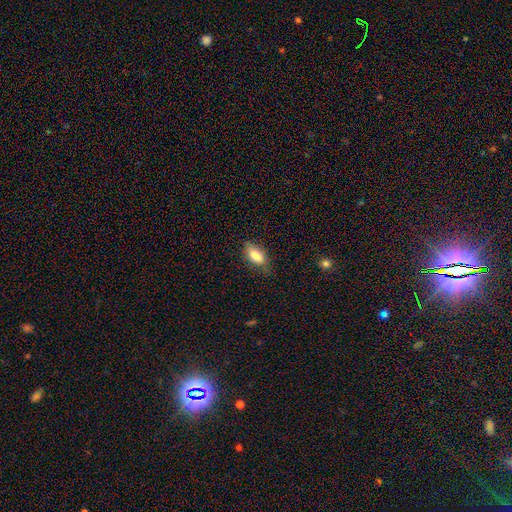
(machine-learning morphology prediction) Q: Smooth or featured?
A: smooth (82%); runner-up: featured or disk (11%)
Q: How rounded?
A: in between (84%); runner-up: cigar-shaped (13%)
Q: Merging?
A: none (72%); runner-up: minor disturbance (22%)